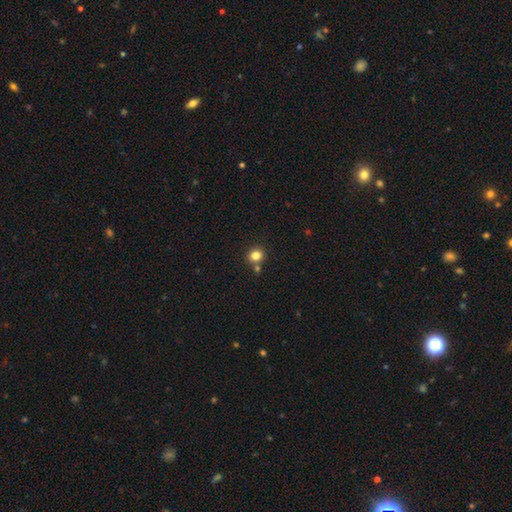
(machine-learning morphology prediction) Smooth or featured: smooth — 82% (star or artifact — 12%)
How rounded: round — 81% (in between — 18%)
Merging: none — 76% (merger — 13%)